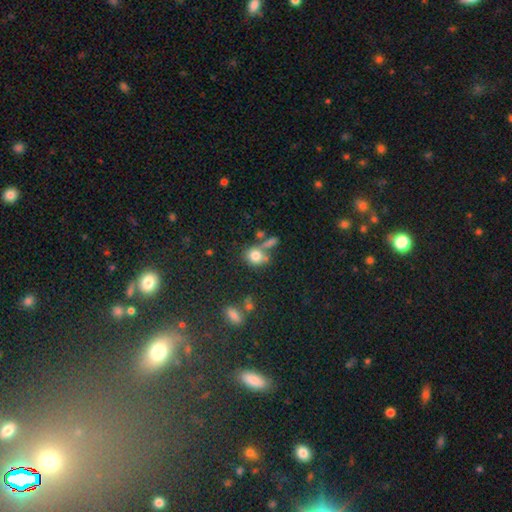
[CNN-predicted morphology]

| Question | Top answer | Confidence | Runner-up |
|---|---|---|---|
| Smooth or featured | smooth | 78% | star or artifact (12%) |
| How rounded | round | 67% | in between (31%) |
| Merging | none | 52% | merger (26%) |